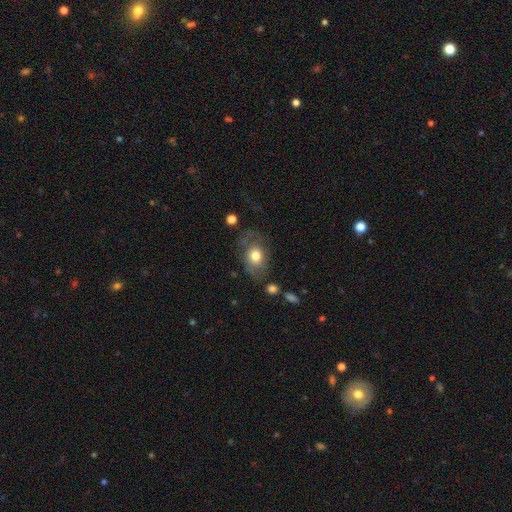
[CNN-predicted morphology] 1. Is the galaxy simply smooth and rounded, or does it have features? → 66% smooth, 25% featured or disk, 8% star or artifact.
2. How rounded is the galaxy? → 68% in between, 31% round, 1% cigar-shaped.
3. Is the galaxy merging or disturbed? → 52% none, 25% minor disturbance, 19% major disturbance, 4% merger.